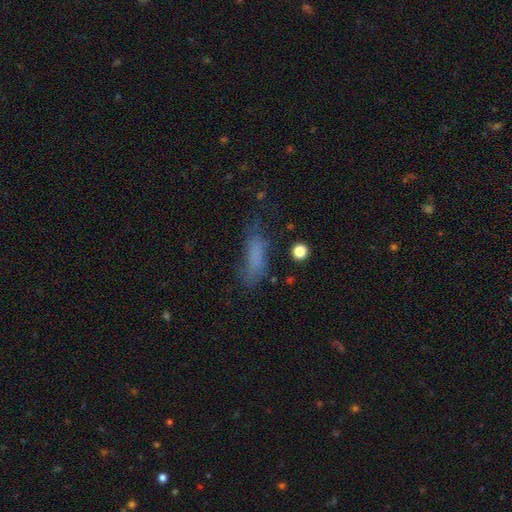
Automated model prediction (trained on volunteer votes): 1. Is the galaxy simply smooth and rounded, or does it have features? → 67% smooth, 19% featured or disk, 14% star or artifact.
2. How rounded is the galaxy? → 49% in between, 48% cigar-shaped, 3% round.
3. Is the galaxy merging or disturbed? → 51% none, 27% minor disturbance, 18% major disturbance, 4% merger.